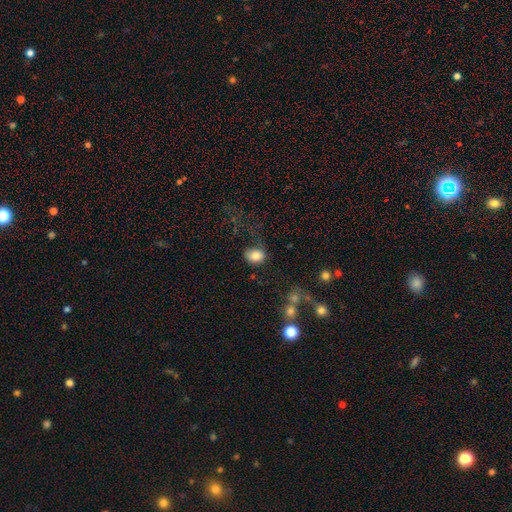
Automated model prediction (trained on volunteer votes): smooth-or-featured: smooth: 82% | star or artifact: 10% | featured or disk: 9%
  how-rounded: in between: 56% | round: 43% | cigar-shaped: 1%
  merging: none: 61% | minor disturbance: 22% | major disturbance: 12% | merger: 5%